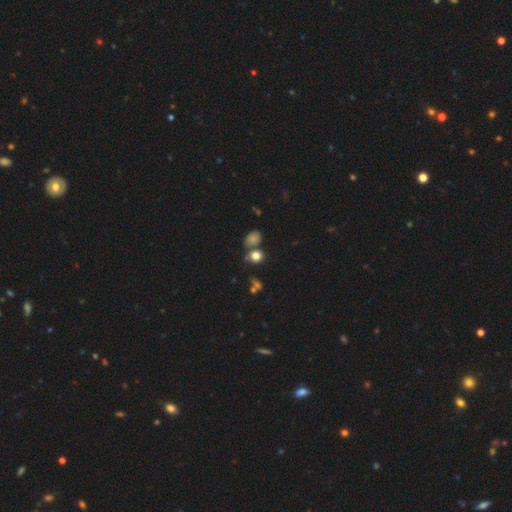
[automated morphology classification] A smooth galaxy with no disk features (76%) that is round (69%). Merging: none (59%).